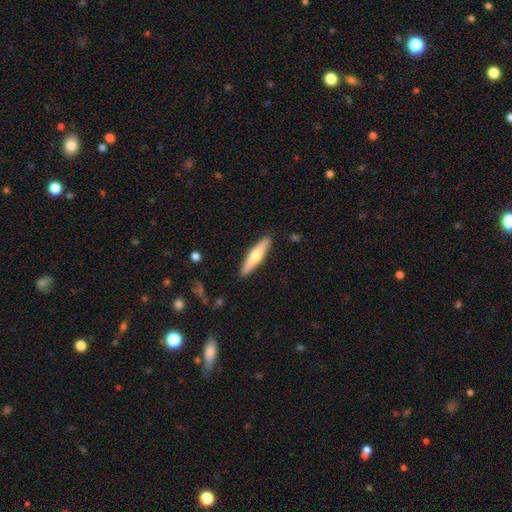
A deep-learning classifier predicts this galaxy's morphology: type=smooth (54%); roundness=cigar-shaped (82%); merging=none (89%).